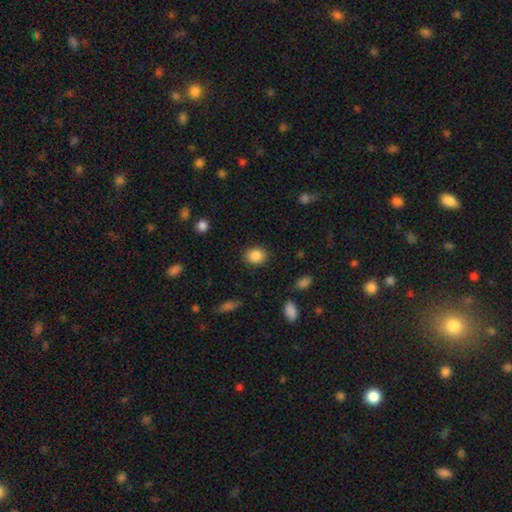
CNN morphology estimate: A smooth galaxy with no disk features (87%) that is round (54%).

Vote fractions:
- Smooth or featured? smooth: 87% / star or artifact: 9% / featured or disk: 5%
- How rounded? round: 54% / in between: 45% / cigar-shaped: 1%
- Merging? none: 87% / minor disturbance: 9% / major disturbance: 3% / merger: 1%